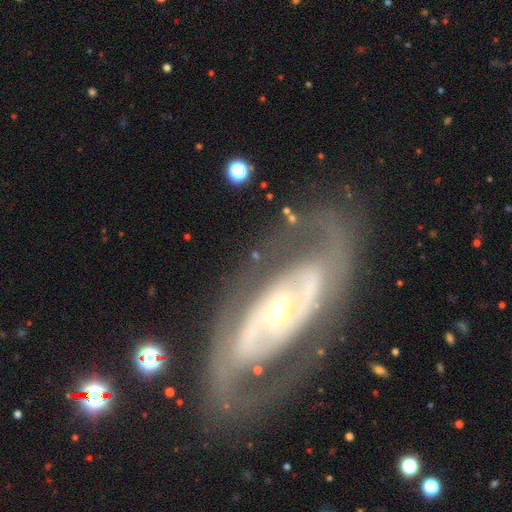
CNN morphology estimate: This appears to be a featured or disk galaxy (77%) with no bar (45%), spiral arms (73%) and a moderate central bulge (64%). Merging: none (66%).